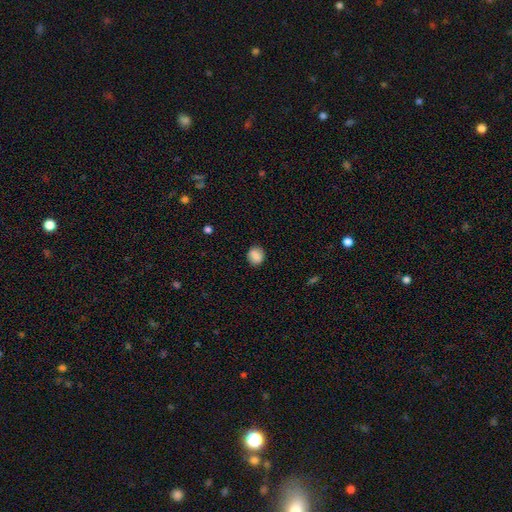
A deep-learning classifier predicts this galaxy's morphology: A smooth galaxy with no disk features (87%) that is round (79%). Merging: none (87%).